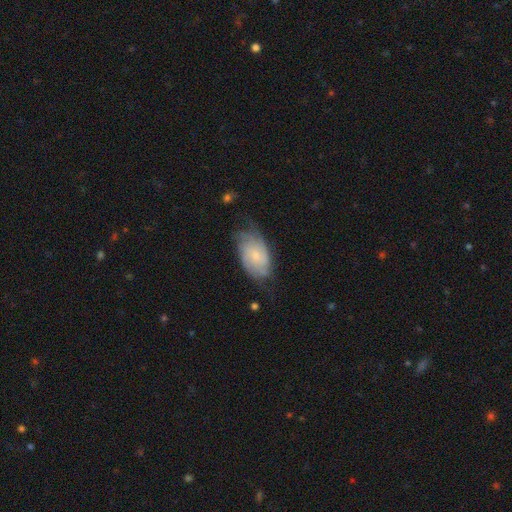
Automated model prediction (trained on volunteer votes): featured or disk 63%, smooth 30%, star or artifact 7%. Down the decision tree: edge-on disk — no (95%); bar — no (73%); spiral arms — yes (89%); spiral arm count — can't tell (44%); spiral winding — tight (52%); bulge size — small (72%); merging — none (59%).